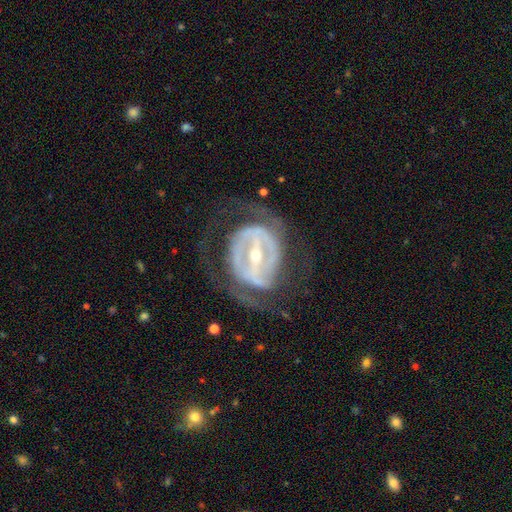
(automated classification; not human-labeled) The model was most divided on "spiral winding": tight: 48%, medium: 36%, loose: 17%. More confident: edge-on disk — no (94%); smooth or featured — featured or disk (87%); bar — strong (73%); bulge size — small (66%); spiral arms — yes (66%); merging — none (61%); spiral arm count — 2 (53%).